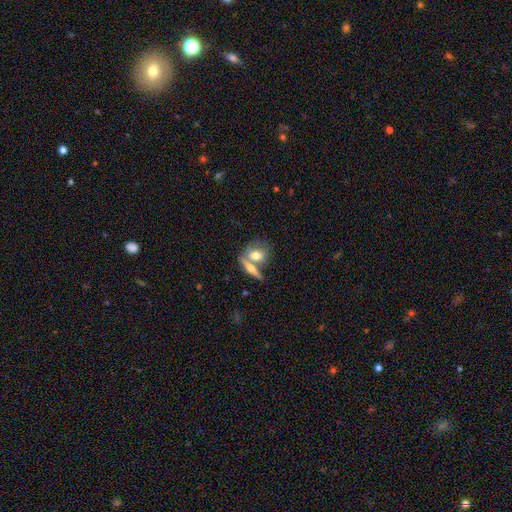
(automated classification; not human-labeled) A smooth galaxy with no disk features (59%) that is in between round and cigar-shaped (49%). Merging: merger (45%).